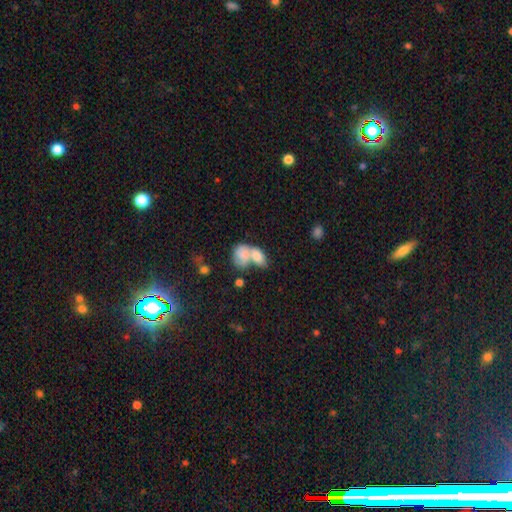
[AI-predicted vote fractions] Q: Smooth or featured?
A: smooth (74%); runner-up: featured or disk (18%)
Q: How rounded?
A: in between (83%); runner-up: round (15%)
Q: Merging?
A: merger (70%); runner-up: none (18%)